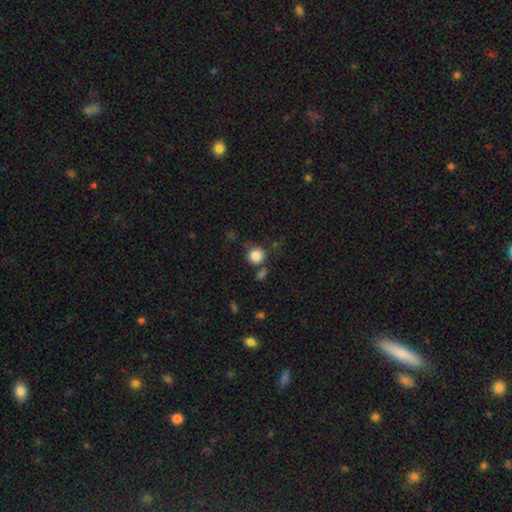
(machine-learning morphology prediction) A smooth galaxy with no disk features (85%) that is round (90%).

Vote fractions:
- Smooth or featured? smooth: 85% / star or artifact: 10% / featured or disk: 5%
- How rounded? round: 90% / in between: 9% / cigar-shaped: 1%
- Merging? none: 69% / minor disturbance: 13% / merger: 12% / major disturbance: 5%